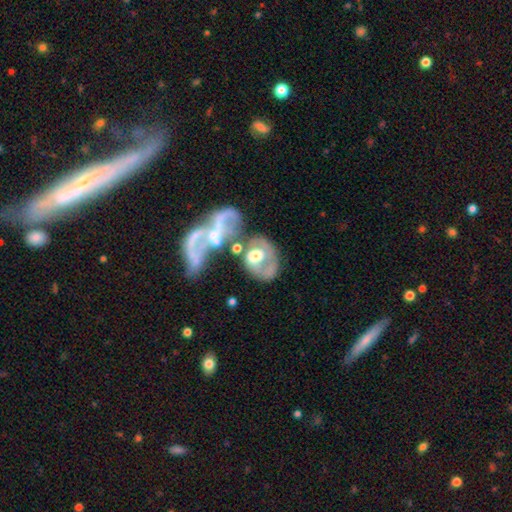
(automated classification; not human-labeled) A featured or disk galaxy (60%) with no bar (76%), no spiral arms (64%) and a moderate central bulge (60%). Merging: merger (46%).